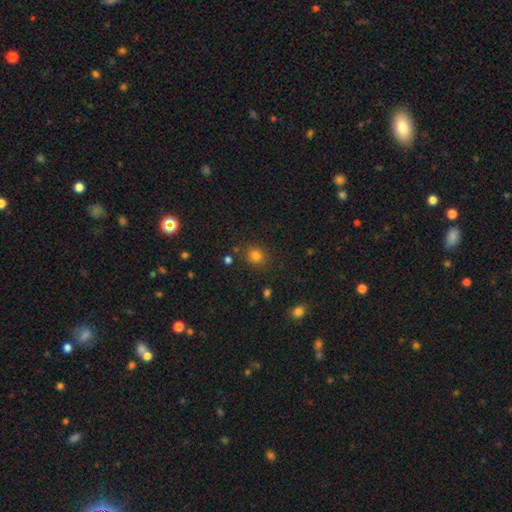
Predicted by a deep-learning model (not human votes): smooth_or_featured: smooth (p=0.80) [alt: star or artifact p=0.14]
how_rounded: round (p=0.81) [alt: in between p=0.19]
merging: none (p=0.84) [alt: minor disturbance p=0.09]